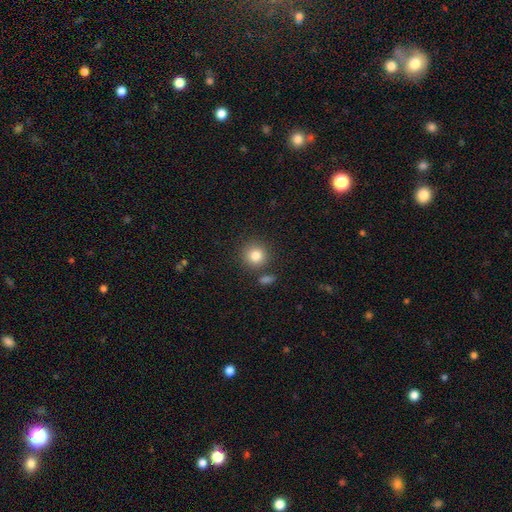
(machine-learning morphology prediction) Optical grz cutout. It shows a smooth galaxy with no disk features (83%) that is round (92%). Merging: none (81%).